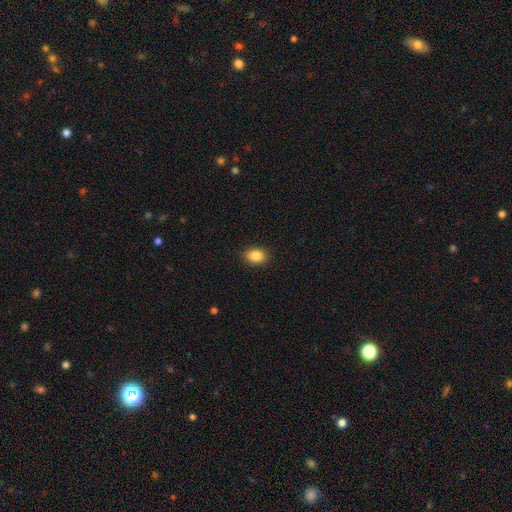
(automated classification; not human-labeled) Smooth or featured? smooth (86%)
How rounded? in between (79%)
Merging? none (88%)